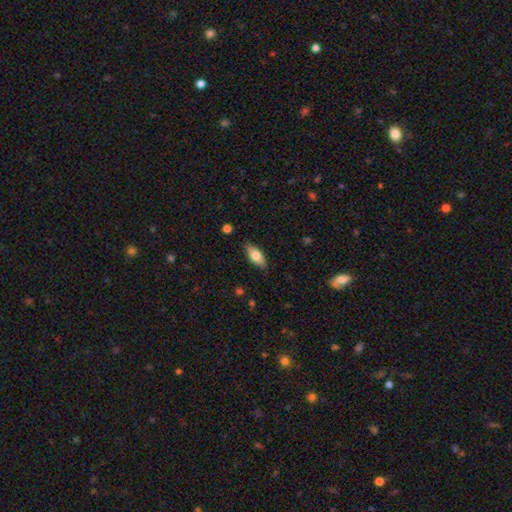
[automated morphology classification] type=smooth (75%); roundness=in between (83%); merging=none (87%).